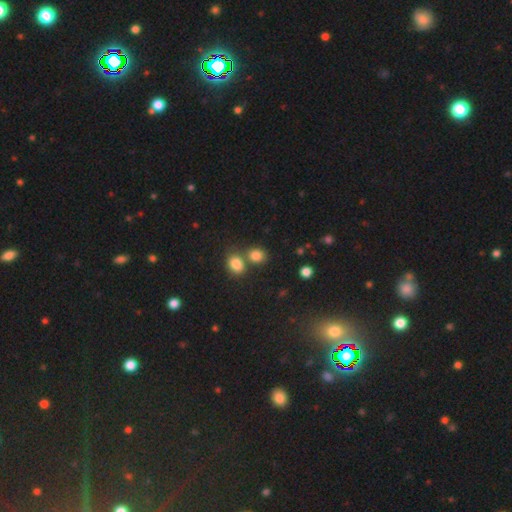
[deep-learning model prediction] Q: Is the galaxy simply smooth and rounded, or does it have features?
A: smooth — 81%.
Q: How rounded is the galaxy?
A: round — 63%.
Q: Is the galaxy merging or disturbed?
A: none — 53%.